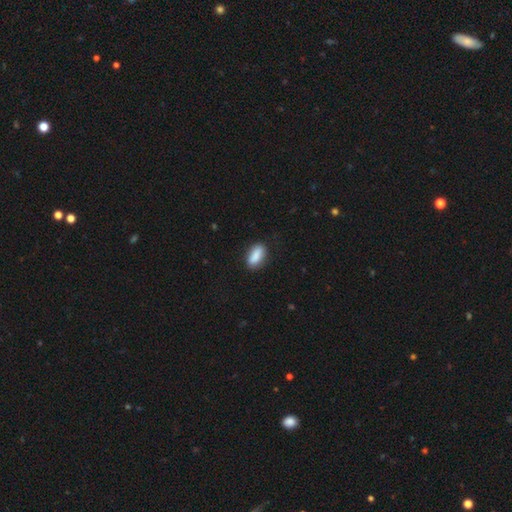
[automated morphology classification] Smooth or featured? Predicted: smooth (p=0.87). How rounded? Predicted: in between (p=0.82). Merging? Predicted: none (p=0.84).